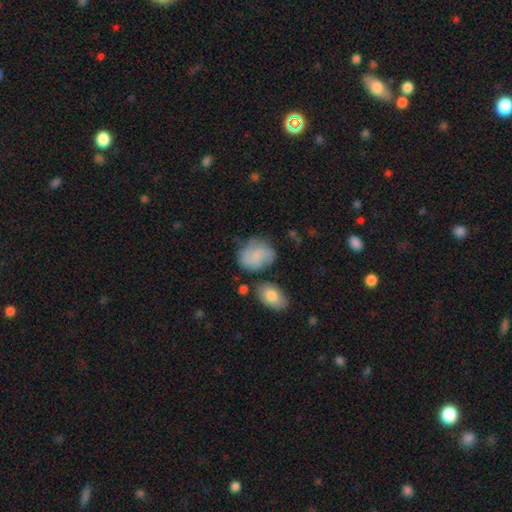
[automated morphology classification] A smooth galaxy with no disk features (66%) that is in between round and cigar-shaped (51%). Merging: none (56%).